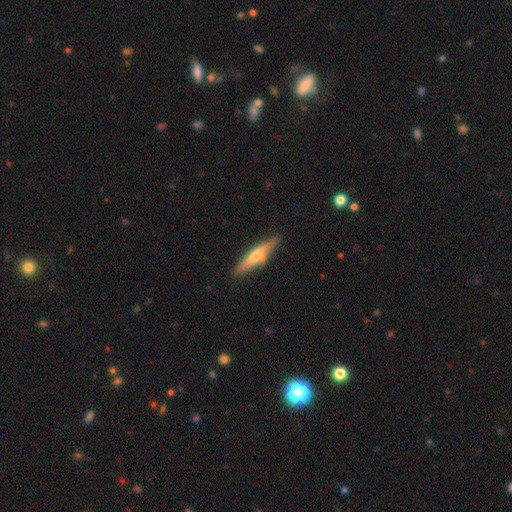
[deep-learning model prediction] A featured or disk galaxy (50%) viewed edge-on (92%).

Vote fractions:
- Smooth or featured? featured or disk: 50% / smooth: 44% / star or artifact: 6%
- Edge-on disk? yes: 92% / no: 8%
- Merging? none: 85% / minor disturbance: 11% / major disturbance: 2% / merger: 2%